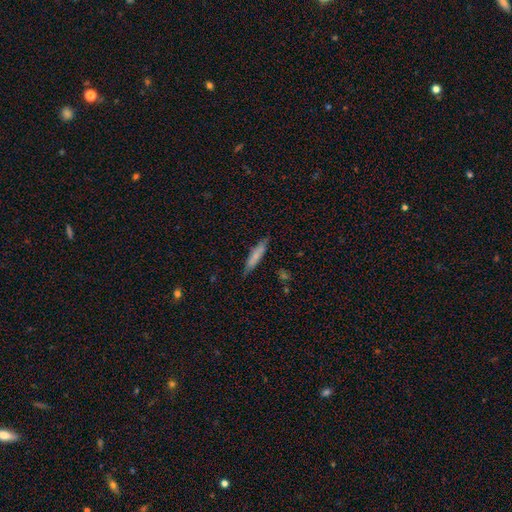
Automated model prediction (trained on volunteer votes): This is likely a smooth galaxy (70%). How rounded: clearly cigar-shaped (83%). Merging: likely none (80%).